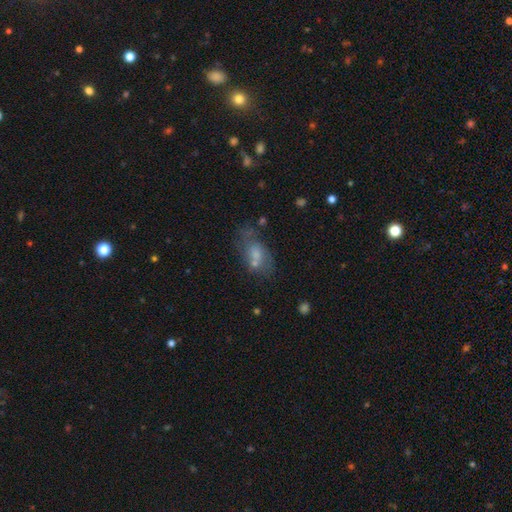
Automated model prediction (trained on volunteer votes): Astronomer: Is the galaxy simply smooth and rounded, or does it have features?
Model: smooth — 52% (runner-up: featured or disk, 37%).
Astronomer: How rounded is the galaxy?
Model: in between — 84%.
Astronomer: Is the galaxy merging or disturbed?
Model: none — 43% (runner-up: minor disturbance, 22%).